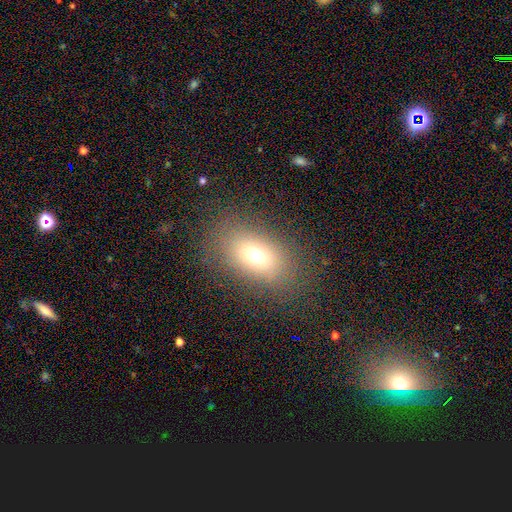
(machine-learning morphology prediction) smooth-or-featured: smooth: 69% | featured or disk: 16% | star or artifact: 15%
  how-rounded: in between: 79% | round: 18% | cigar-shaped: 2%
  merging: none: 80% | minor disturbance: 11% | major disturbance: 7% | merger: 1%